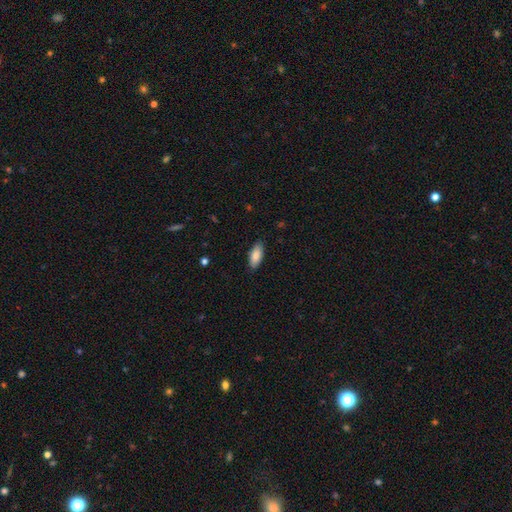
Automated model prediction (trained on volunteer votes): This is clearly a smooth galaxy (86%). How rounded: clearly in between (83%). Merging: clearly none (87%).